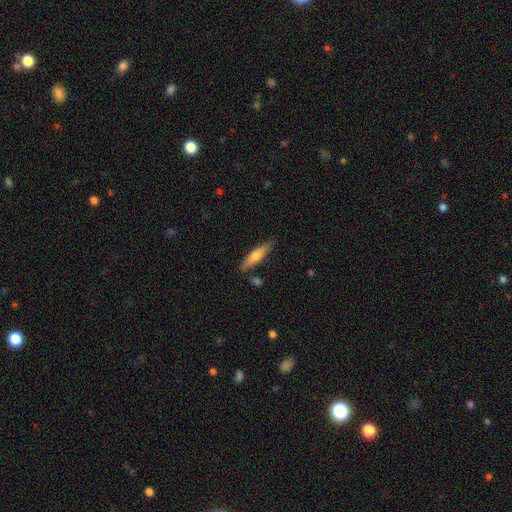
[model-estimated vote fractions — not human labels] A smooth galaxy with no disk features (54%) that is cigar-shaped (78%). Merging: none (82%).